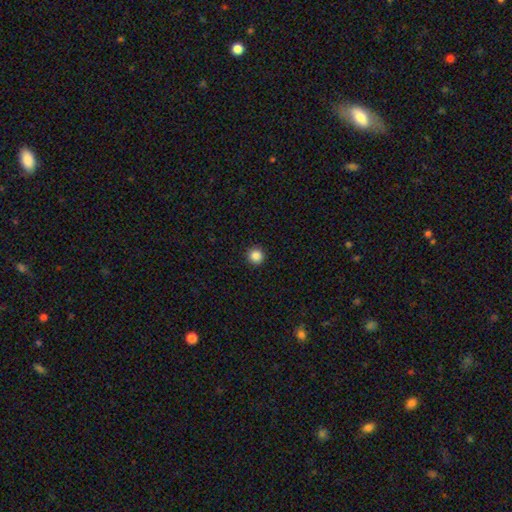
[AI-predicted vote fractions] Smooth or featured? smooth (86%)
How rounded? round (96%)
Merging? none (94%)